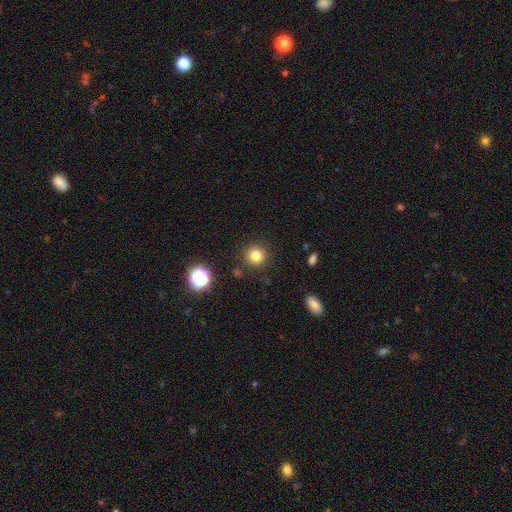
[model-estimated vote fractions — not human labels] Q: Smooth or featured?
A: smooth (80%); runner-up: star or artifact (14%)
Q: How rounded?
A: round (95%); runner-up: in between (4%)
Q: Merging?
A: none (89%); runner-up: minor disturbance (6%)